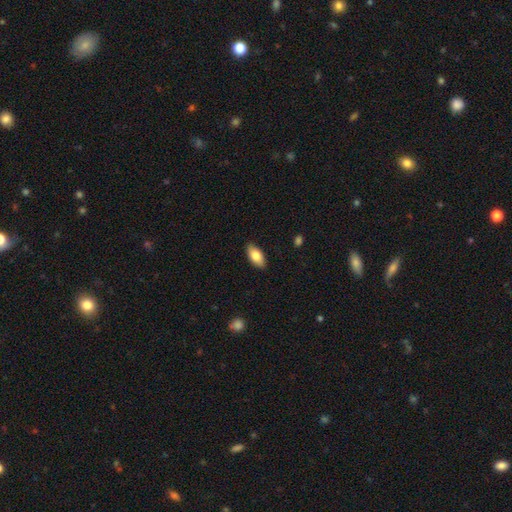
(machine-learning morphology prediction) This is clearly a smooth galaxy (81%). How rounded: clearly in between (92%). Merging: clearly none (87%).